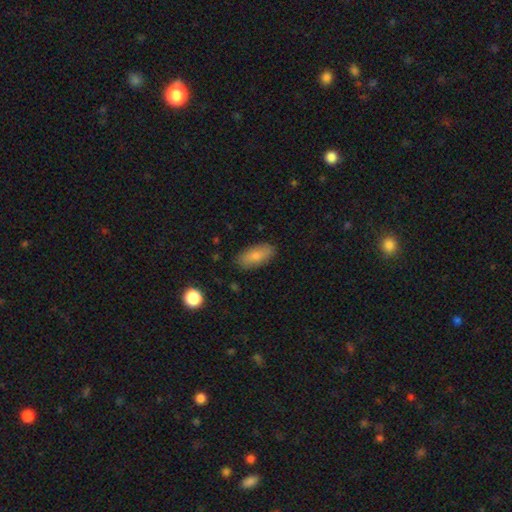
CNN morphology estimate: Smooth or featured?
  - smooth: 78% *
  - featured or disk: 15%
  - star or artifact: 7%
How rounded?
  - in between: 89% *
  - cigar-shaped: 8%
  - round: 3%
Merging?
  - none: 83% *
  - minor disturbance: 12%
  - major disturbance: 3%
  - merger: 1%